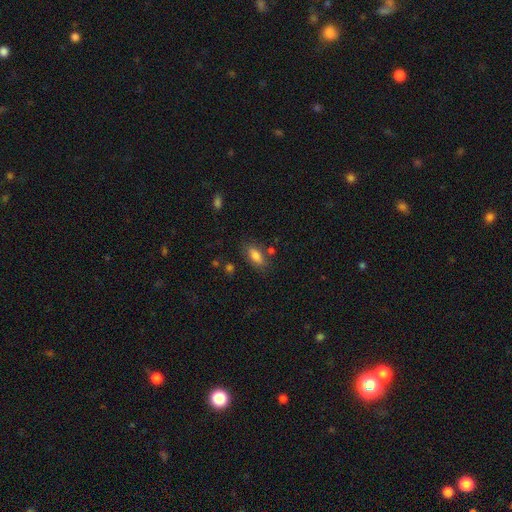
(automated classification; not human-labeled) Smooth or featured?
  - smooth: 80% *
  - featured or disk: 12%
  - star or artifact: 9%
How rounded?
  - in between: 80% *
  - cigar-shaped: 17%
  - round: 4%
Merging?
  - none: 75% *
  - minor disturbance: 15%
  - merger: 6%
  - major disturbance: 4%